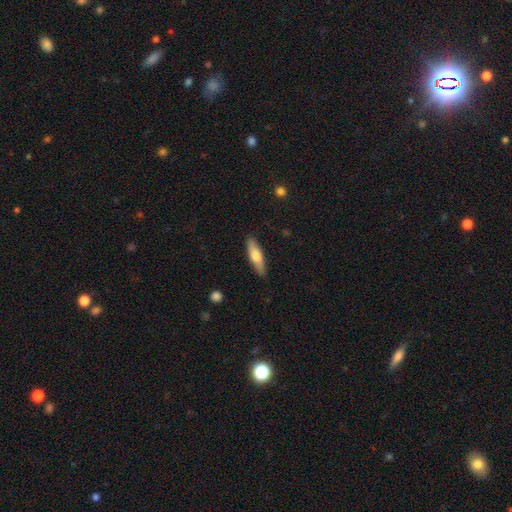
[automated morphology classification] Overall: smooth (66%; featured or disk 29%). How rounded: cigar-shaped (66%; in between 32%). Merging: none (87%).